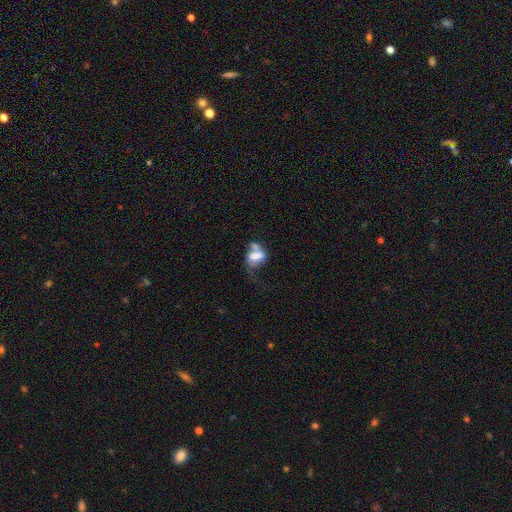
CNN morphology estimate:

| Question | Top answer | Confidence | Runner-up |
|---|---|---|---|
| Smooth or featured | smooth | 54% | featured or disk (35%) |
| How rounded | in between | 78% | round (18%) |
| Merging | merger | 39% | major disturbance (28%) |